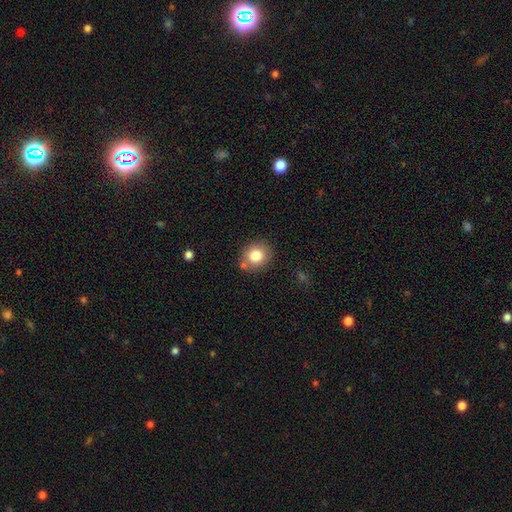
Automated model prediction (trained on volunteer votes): A smooth galaxy with no disk features (81%) that is round (79%).

Vote fractions:
- Smooth or featured? smooth: 81% / star or artifact: 10% / featured or disk: 9%
- How rounded? round: 79% / in between: 20% / cigar-shaped: 1%
- Merging? none: 79% / minor disturbance: 11% / merger: 7% / major disturbance: 3%